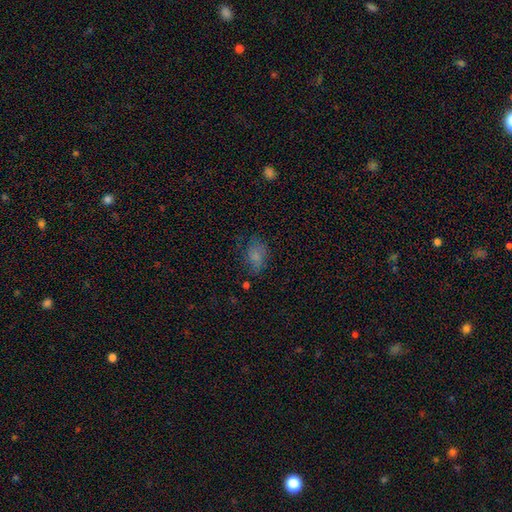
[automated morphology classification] smooth-or-featured: smooth: 72% | star or artifact: 15% | featured or disk: 13%
  how-rounded: in between: 79% | round: 19% | cigar-shaped: 2%
  merging: none: 63% | minor disturbance: 24% | major disturbance: 10% | merger: 3%